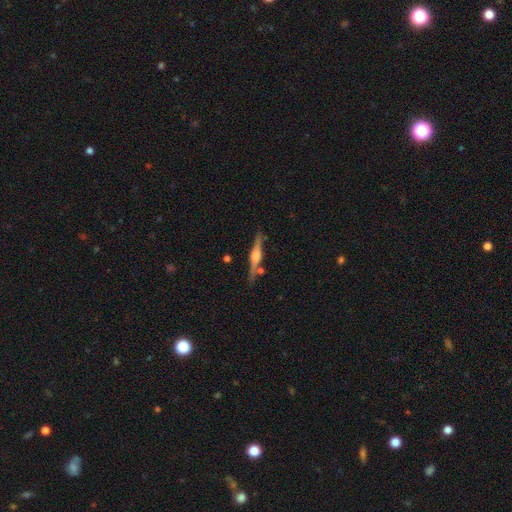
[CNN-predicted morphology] smooth_or_featured: featured or disk (p=0.81) [alt: smooth p=0.13]
disk_edge_on: yes (p=0.98) [alt: no p=0.02]
edge_on_bulge: rounded (p=0.89) [alt: boxy p=0.09]
merging: none (p=0.84) [alt: minor disturbance p=0.09]